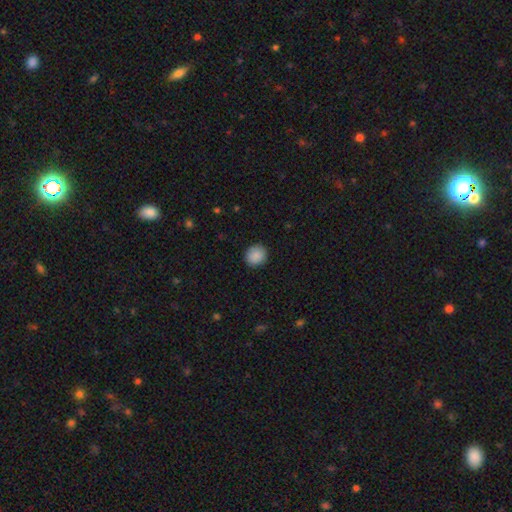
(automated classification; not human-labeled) smooth_or_featured: smooth (p=0.88) [alt: star or artifact p=0.08]
how_rounded: round (p=0.81) [alt: in between p=0.18]
merging: none (p=0.90) [alt: minor disturbance p=0.07]